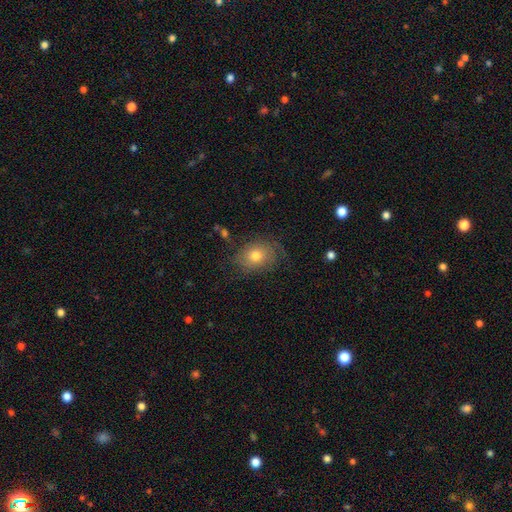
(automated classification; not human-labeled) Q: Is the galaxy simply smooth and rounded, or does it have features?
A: smooth — 70%.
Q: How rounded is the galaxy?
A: in between — 59%.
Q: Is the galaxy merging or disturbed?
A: none — 70%.